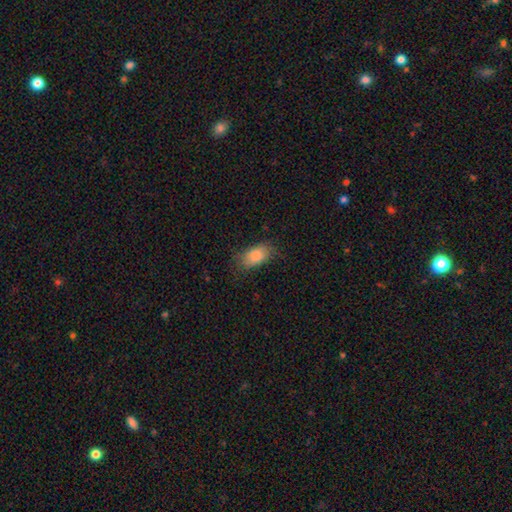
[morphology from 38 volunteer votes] Smooth or featured? 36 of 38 (95%) said smooth. How rounded? 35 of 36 (97%) said in between. Merging? 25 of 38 (66%) said none.